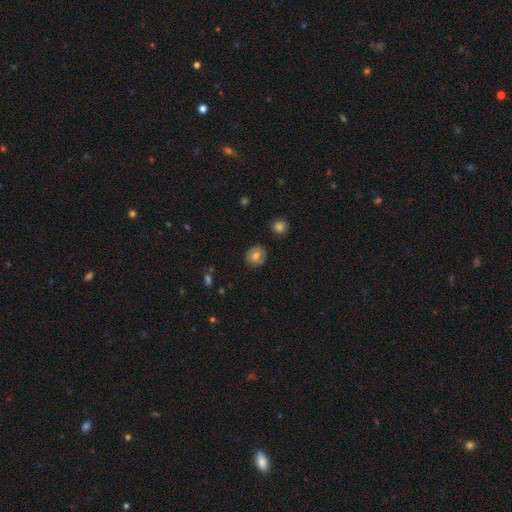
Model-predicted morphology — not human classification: Smooth or featured? smooth (65%)
How rounded? round (77%)
Merging? none (85%)